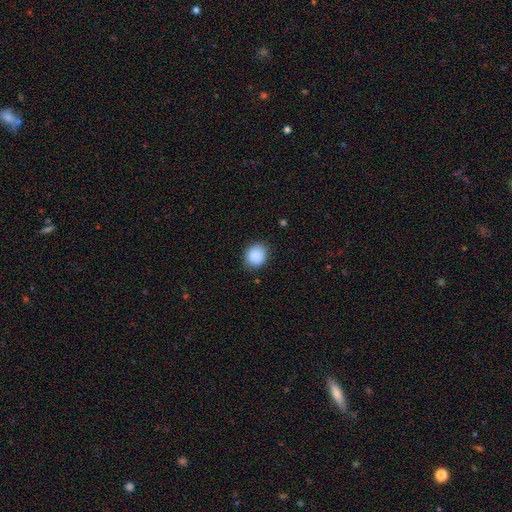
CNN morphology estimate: This appears to be a smooth galaxy with no disk features (89%) that is round (76%). Merging: none (85%).